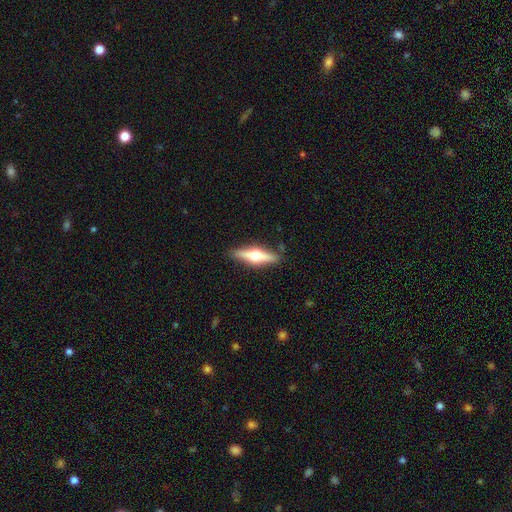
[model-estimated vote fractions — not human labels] Smooth or featured? Predicted: featured or disk (p=0.66). Edge-on disk? Predicted: yes (p=0.96). Edge-on bulge? Predicted: rounded (p=0.95). Merging? Predicted: none (p=0.87).